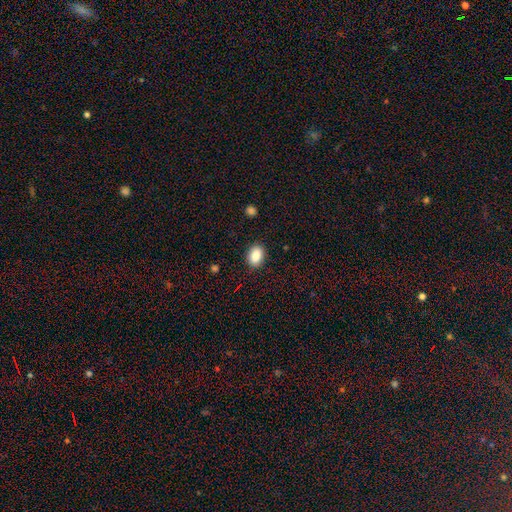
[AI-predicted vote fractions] Overall: smooth (88%). How rounded: in between (85%). Merging: none (89%).